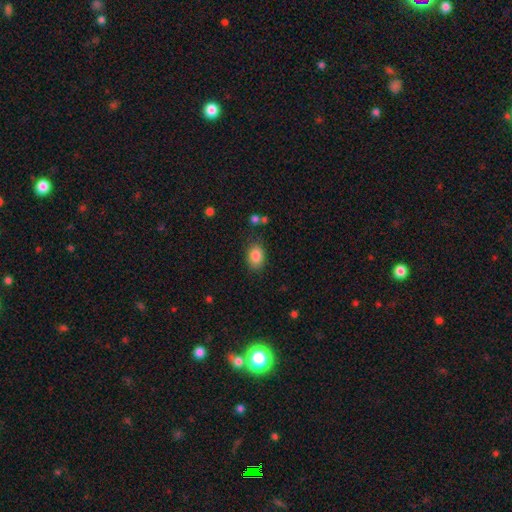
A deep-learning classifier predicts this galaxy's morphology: smooth_or_featured: smooth (p=0.85) [alt: star or artifact p=0.09]
how_rounded: in between (p=0.79) [alt: round p=0.20]
merging: none (p=0.80) [alt: minor disturbance p=0.13]